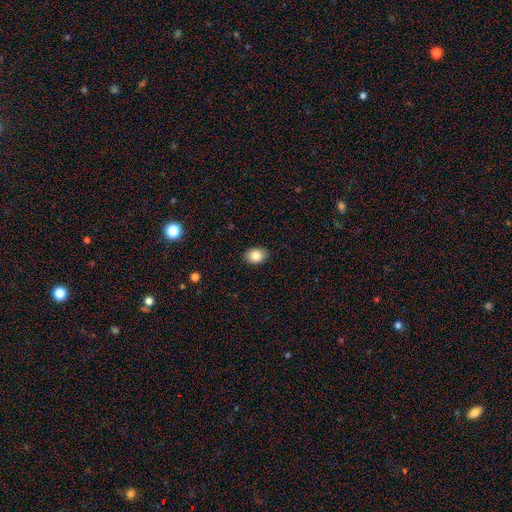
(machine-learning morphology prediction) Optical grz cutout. It shows a smooth galaxy with no disk features (86%) that is in between round and cigar-shaped (65%). Merging: none (88%).